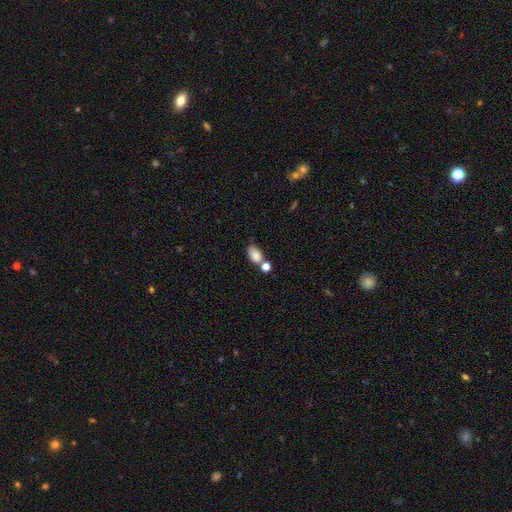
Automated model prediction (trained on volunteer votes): Smooth or featured? smooth (83%)
How rounded? in between (87%)
Merging? none (52%)